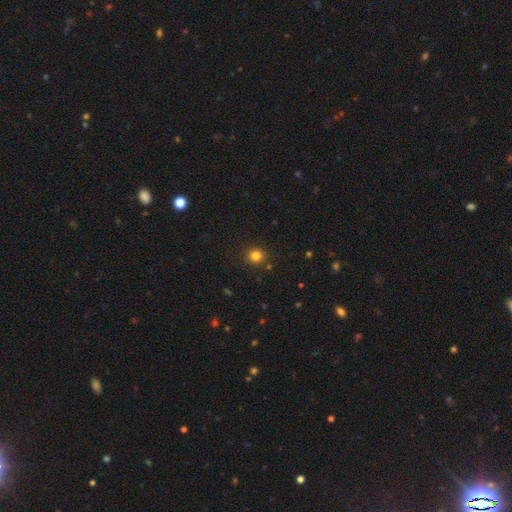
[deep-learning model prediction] smooth-or-featured: smooth: 81% | star or artifact: 14% | featured or disk: 5%
  how-rounded: round: 89% | in between: 10% | cigar-shaped: 1%
  merging: none: 89% | minor disturbance: 7% | merger: 2% | major disturbance: 2%